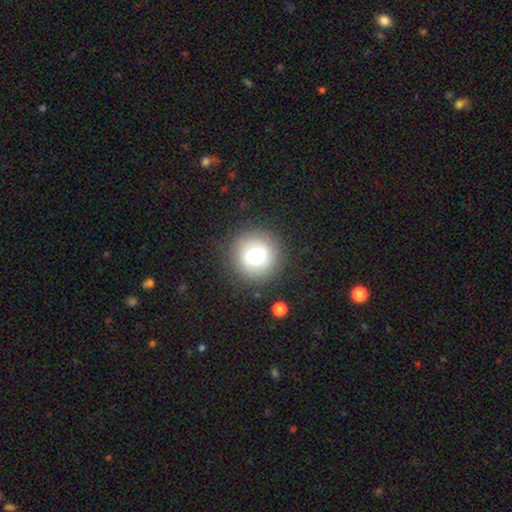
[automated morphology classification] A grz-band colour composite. It shows a smooth galaxy with no disk features (73%) that is round (92%). Merging: none (85%).